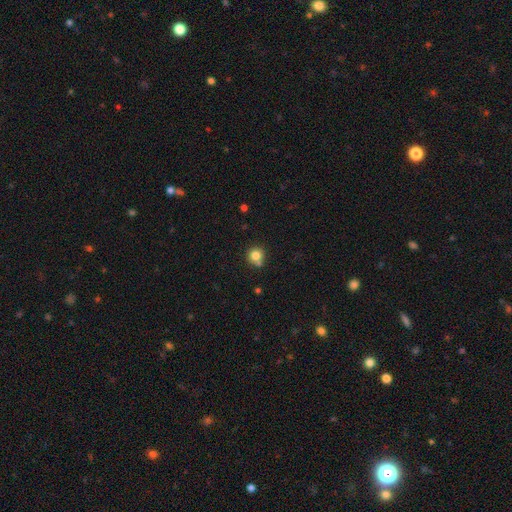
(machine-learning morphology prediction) Overall: smooth (82%). How rounded: round (92%). Merging: none (70%).